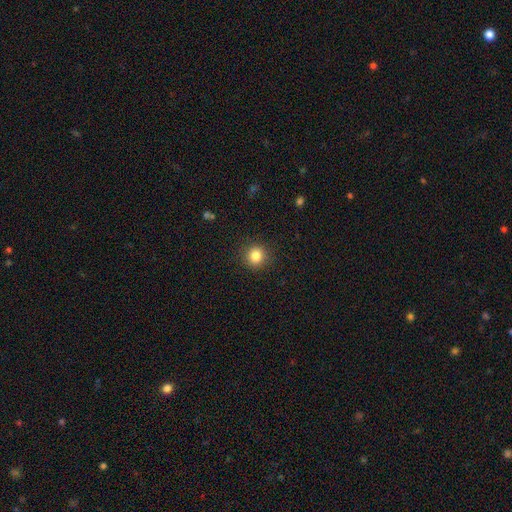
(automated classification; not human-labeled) Q: Smooth or featured?
A: smooth (84%); runner-up: star or artifact (11%)
Q: How rounded?
A: round (91%); runner-up: in between (8%)
Q: Merging?
A: none (90%); runner-up: minor disturbance (6%)